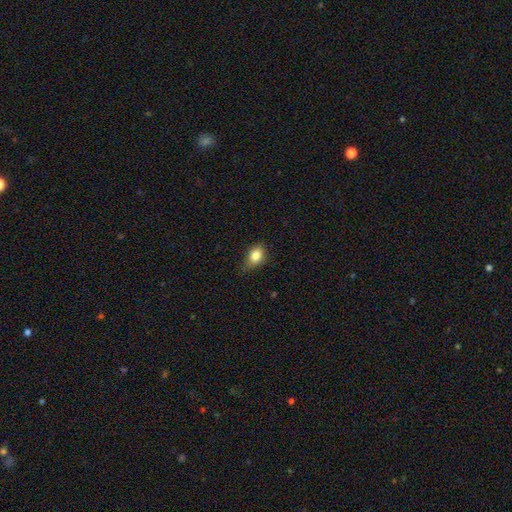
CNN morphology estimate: This is clearly a smooth galaxy (83%). How rounded: likely in between (71%). Merging: likely none (69%).